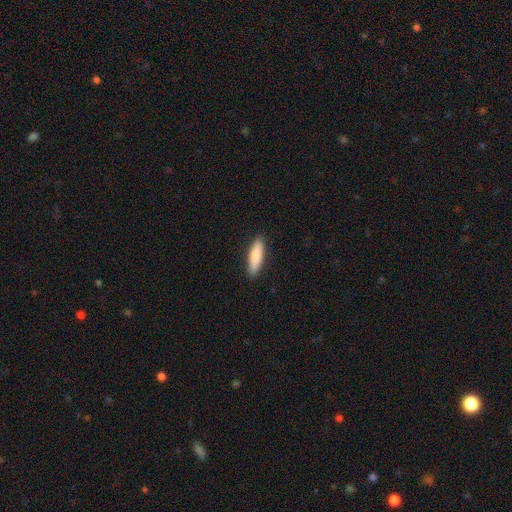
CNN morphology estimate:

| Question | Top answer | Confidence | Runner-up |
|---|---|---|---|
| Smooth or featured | smooth | 83% | featured or disk (11%) |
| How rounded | cigar-shaped | 66% | in between (32%) |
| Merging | none | 90% | minor disturbance (8%) |